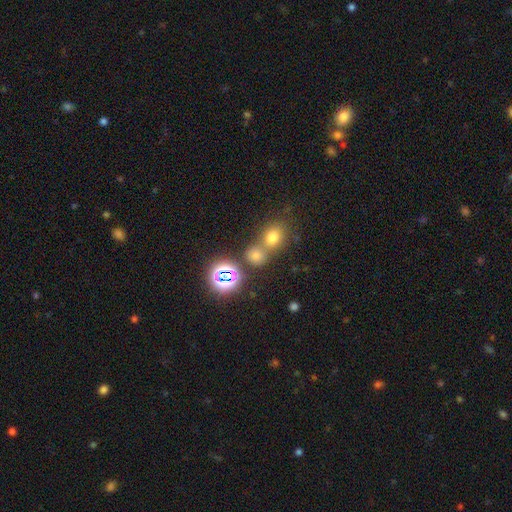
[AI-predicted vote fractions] Q: Smooth or featured?
A: smooth (64%); runner-up: star or artifact (29%)
Q: How rounded?
A: round (75%); runner-up: in between (23%)
Q: Merging?
A: none (51%); runner-up: merger (40%)